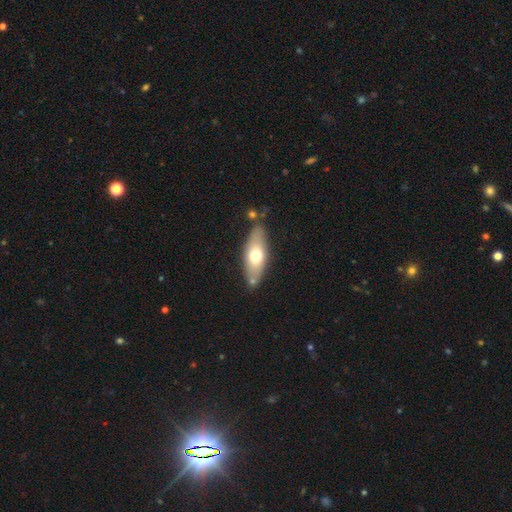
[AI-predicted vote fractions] The model was most divided on "smooth or featured": smooth: 61%, featured or disk: 34%, star or artifact: 6%. More confident: merging — none (74%); how rounded — in between (63%).